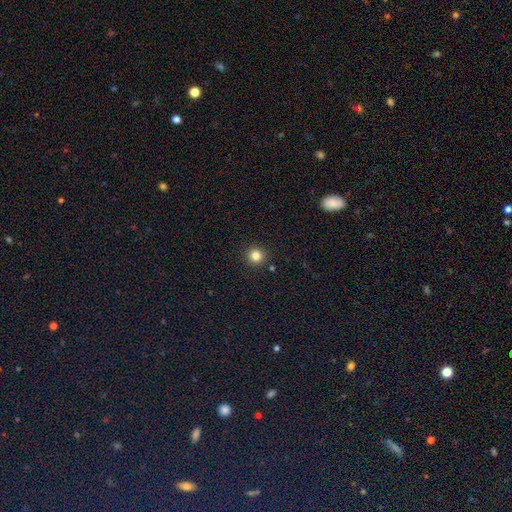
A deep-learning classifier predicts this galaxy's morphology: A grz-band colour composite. It shows a smooth galaxy with no disk features (83%) that is round (94%). Merging: none (91%).